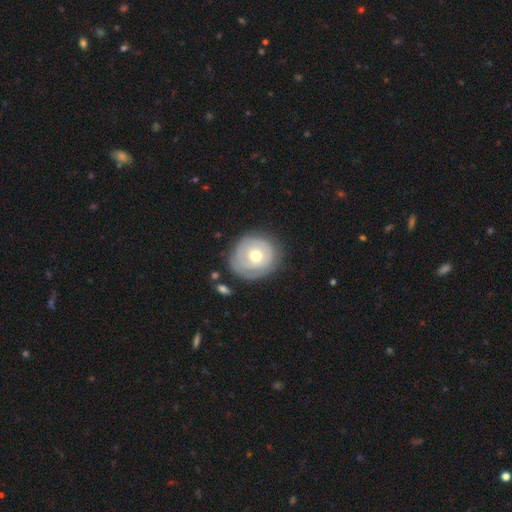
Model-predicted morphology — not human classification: smooth_or_featured: featured or disk (p=0.50) [alt: smooth p=0.44]
merging: none (p=0.70) [alt: minor disturbance p=0.20]